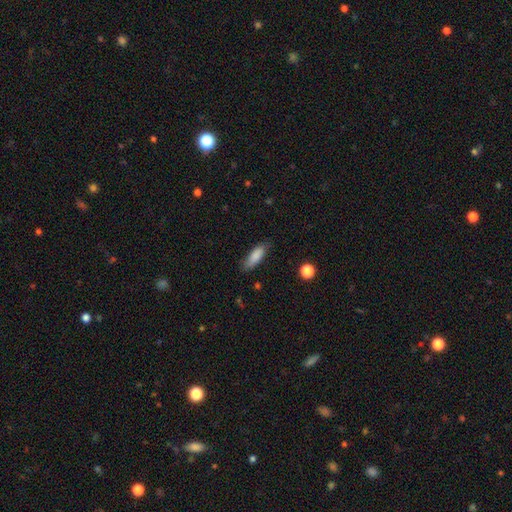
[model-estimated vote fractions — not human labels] A smooth galaxy with no disk features (85%) that is in between round and cigar-shaped (56%). Merging: none (80%).